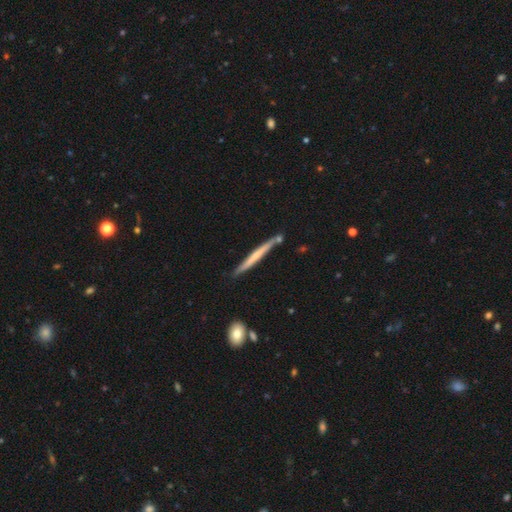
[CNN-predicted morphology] Smooth or featured? Predicted: featured or disk (p=0.49). Merging? Predicted: none (p=0.80).